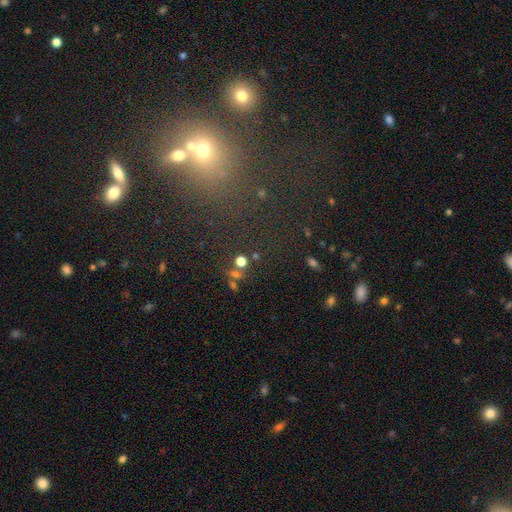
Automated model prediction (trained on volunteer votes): This appears to be a star or artifact, not a galaxy (52%).